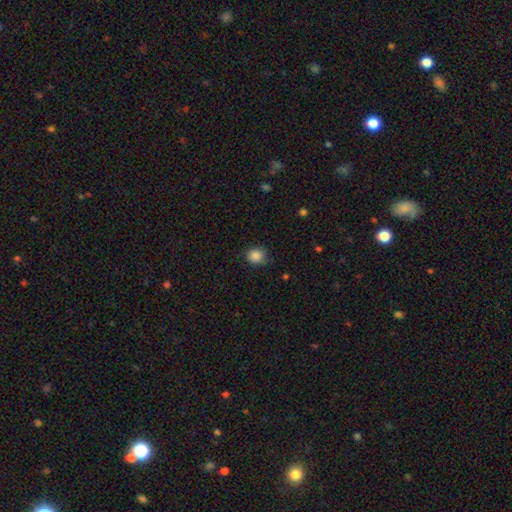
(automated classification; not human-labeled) A smooth galaxy with no disk features (87%) that is round (83%).

Vote fractions:
- Smooth or featured? smooth: 87% / star or artifact: 10% / featured or disk: 3%
- How rounded? round: 83% / in between: 16% / cigar-shaped: 1%
- Merging? none: 83% / minor disturbance: 13% / major disturbance: 3% / merger: 1%